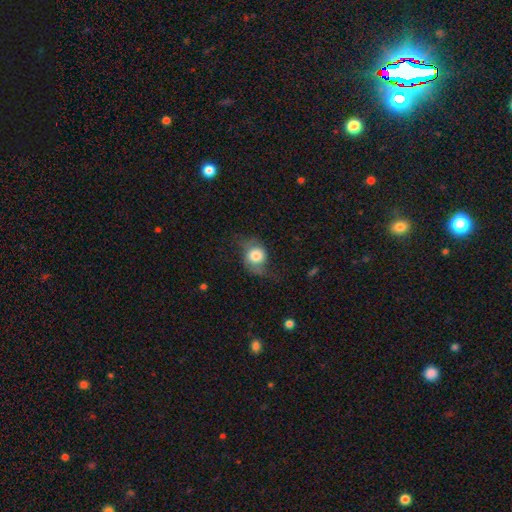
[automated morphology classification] A smooth galaxy with no disk features (62%) that is round (73%).

Vote fractions:
- Smooth or featured? smooth: 62% / featured or disk: 30% / star or artifact: 8%
- How rounded? round: 73% / in between: 26% / cigar-shaped: 1%
- Merging? none: 44% / major disturbance: 27% / minor disturbance: 27% / merger: 2%